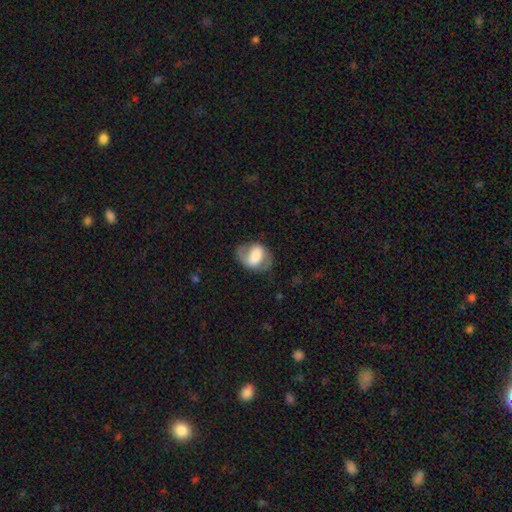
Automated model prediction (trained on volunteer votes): The model was most divided on "smooth or featured": featured or disk: 52%, smooth: 41%, star or artifact: 7%. More confident: edge-on disk — no (95%); merging — none (62%).